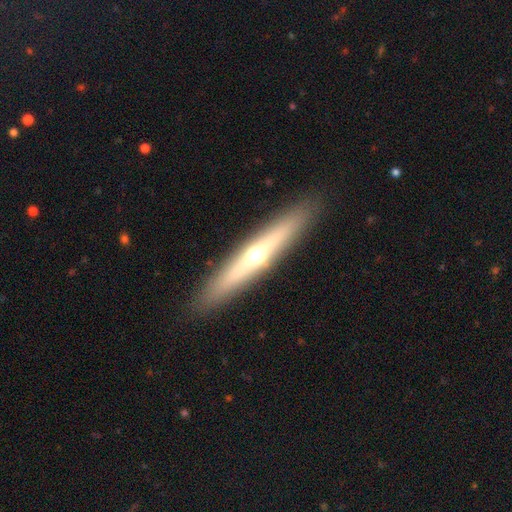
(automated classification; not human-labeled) smooth_or_featured: featured or disk (p=0.59) [alt: smooth p=0.35]
disk_edge_on: yes (p=0.91) [alt: no p=0.09]
edge_on_bulge: rounded (p=0.89) [alt: none p=0.08]
merging: none (p=0.90) [alt: minor disturbance p=0.06]